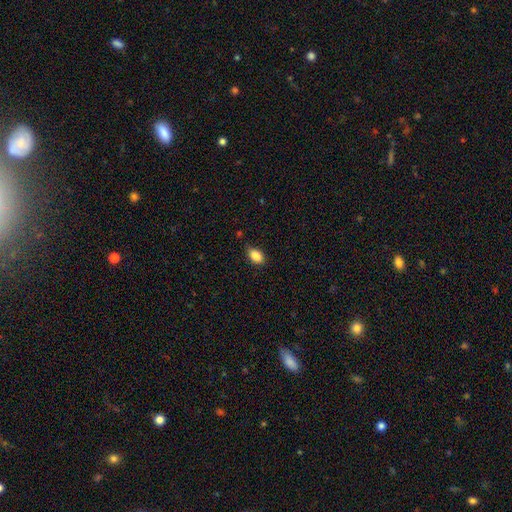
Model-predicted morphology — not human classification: The model was most divided on "merging": none: 78%, minor disturbance: 18%, major disturbance: 3%, merger: 1%. More confident: how rounded — in between (89%); smooth or featured — smooth (88%).